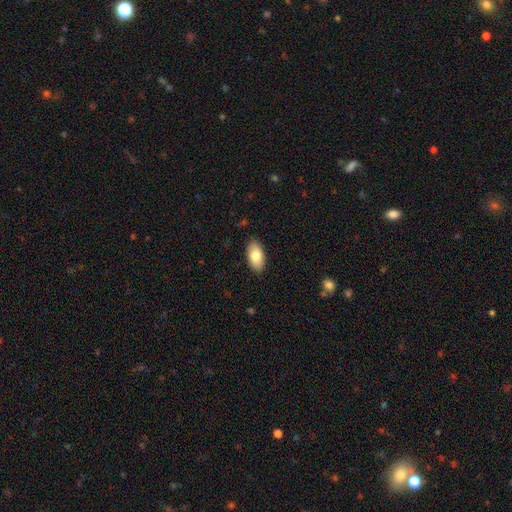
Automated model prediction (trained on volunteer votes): Smooth or featured?
  - smooth: 81% *
  - featured or disk: 13%
  - star or artifact: 6%
How rounded?
  - in between: 94% *
  - round: 3%
  - cigar-shaped: 3%
Merging?
  - none: 88% *
  - minor disturbance: 9%
  - major disturbance: 2%
  - merger: 1%